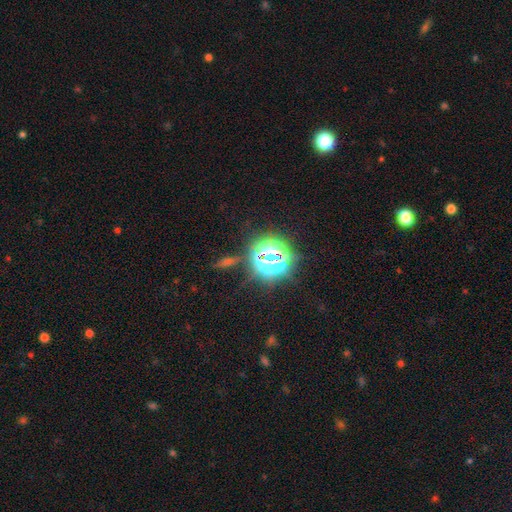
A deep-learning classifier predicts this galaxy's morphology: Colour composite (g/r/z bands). It shows a star or artifact, not a galaxy (81%).